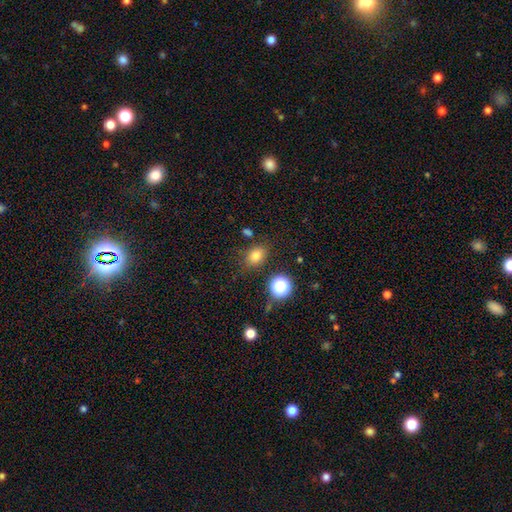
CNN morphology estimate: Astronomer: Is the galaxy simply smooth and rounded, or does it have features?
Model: smooth — 78%.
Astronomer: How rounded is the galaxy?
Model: in between — 66%.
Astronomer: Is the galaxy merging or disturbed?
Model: none — 79%.